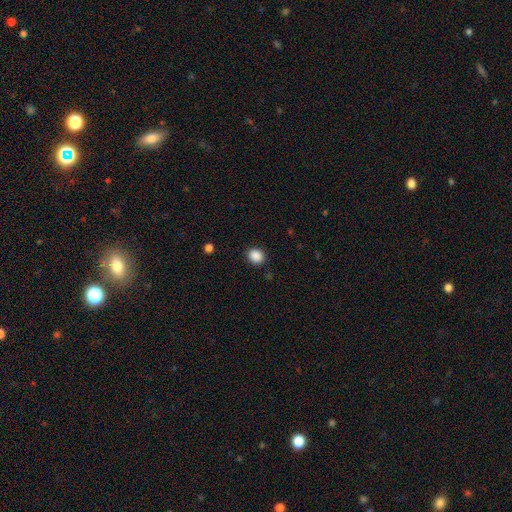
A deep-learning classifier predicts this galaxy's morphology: smooth_or_featured: smooth (p=0.88) [alt: star or artifact p=0.09]
how_rounded: round (p=0.65) [alt: in between p=0.34]
merging: none (p=0.88) [alt: minor disturbance p=0.08]